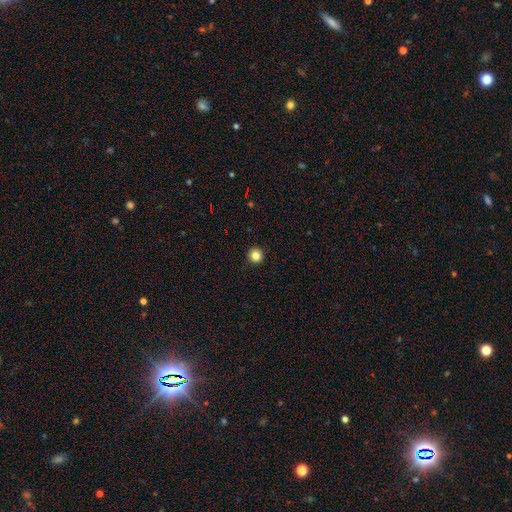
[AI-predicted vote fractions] A smooth galaxy with no disk features (83%) that is round (96%). Merging: none (93%).